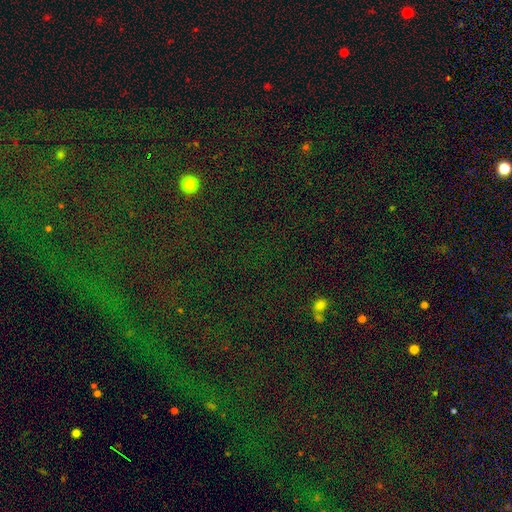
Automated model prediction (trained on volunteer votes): This appears to be a star or artifact, not a galaxy (78%).